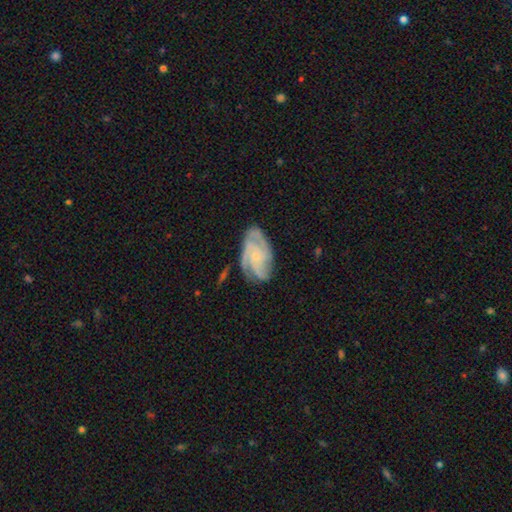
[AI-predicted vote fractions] The model was most divided on "spiral winding": tight: 54%, medium: 38%, loose: 9%. Remaining: edge-on disk — no (97%); spiral arms — yes (97%); smooth or featured — featured or disk (84%); bulge size — small (76%); bar — no (74%); merging — none (70%); spiral arm count — 3 (45%).